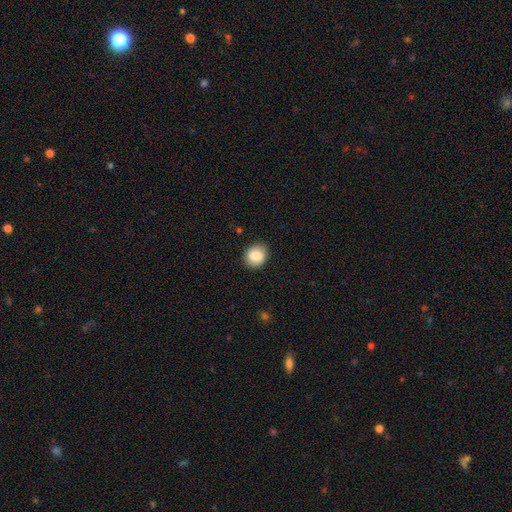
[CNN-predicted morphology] The model was most divided on "how rounded": round: 65%, in between: 34%, cigar-shaped: 1%. More confident: smooth or featured — smooth (86%); merging — none (85%).